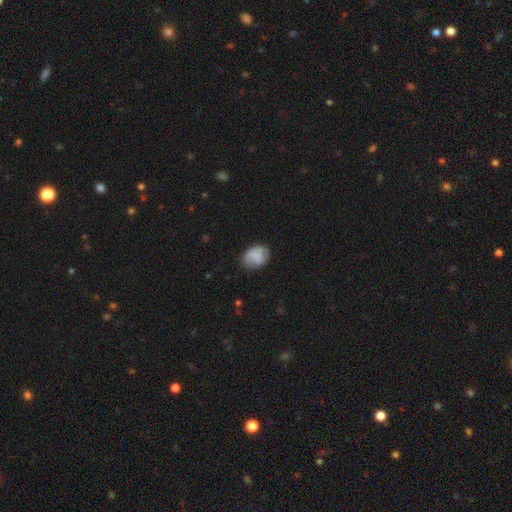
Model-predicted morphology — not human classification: A smooth galaxy with no disk features (77%) that is in between round and cigar-shaped (67%).

Vote fractions:
- Smooth or featured? smooth: 77% / featured or disk: 15% / star or artifact: 8%
- How rounded? in between: 67% / round: 32% / cigar-shaped: 1%
- Merging? none: 70% / minor disturbance: 23% / major disturbance: 6% / merger: 1%